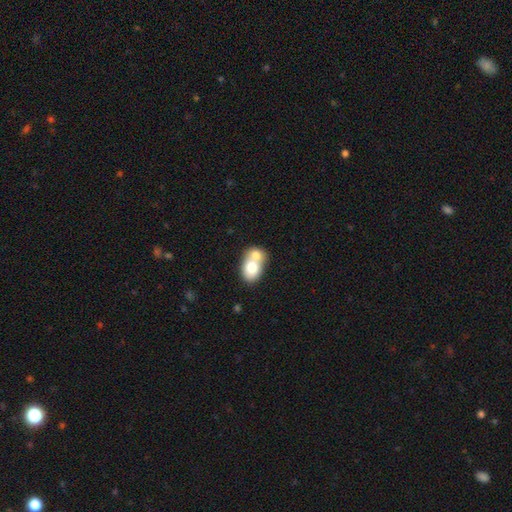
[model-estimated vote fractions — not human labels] Morphology: type=smooth (71%); roundness=in between (67%); merging=merger (70%).